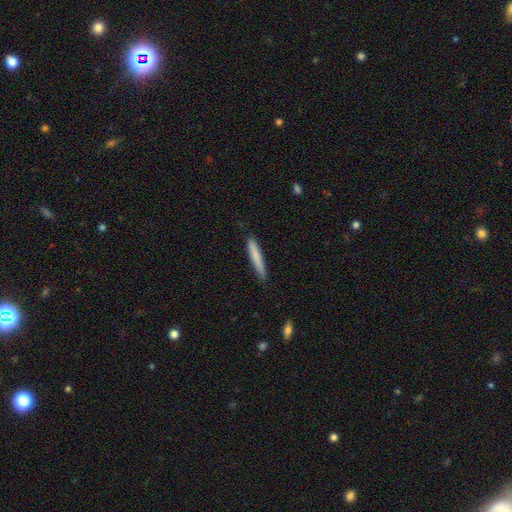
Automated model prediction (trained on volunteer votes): smooth_or_featured: smooth (p=0.78) [alt: featured or disk p=0.17]
how_rounded: cigar-shaped (p=0.94) [alt: in between p=0.05]
merging: none (p=0.82) [alt: minor disturbance p=0.14]